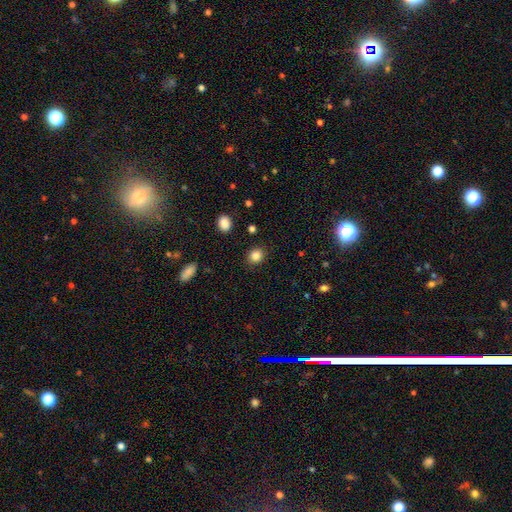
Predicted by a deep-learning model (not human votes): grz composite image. It shows a smooth galaxy with no disk features (85%) that is round (75%). Merging: none (88%).